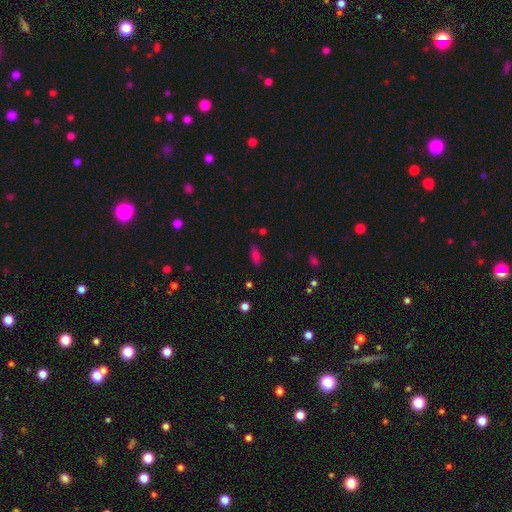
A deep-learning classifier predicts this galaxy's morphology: Overall: smooth (75%). How rounded: in between (72%). Merging: none (76%).